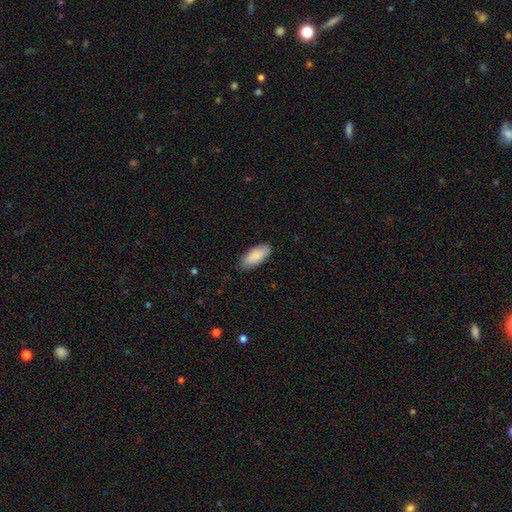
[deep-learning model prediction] Smooth or featured? smooth (89%)
How rounded? in between (83%)
Merging? none (87%)